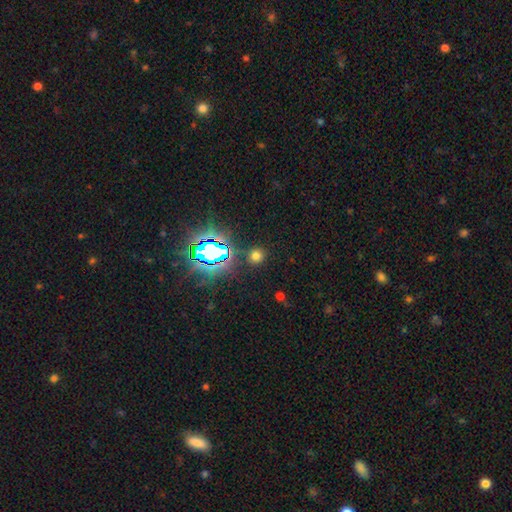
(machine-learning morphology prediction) A smooth galaxy with no disk features (61%) that is round (90%).

Vote fractions:
- Smooth or featured? smooth: 61% / star or artifact: 32% / featured or disk: 6%
- How rounded? round: 90% / in between: 8% / cigar-shaped: 1%
- Merging? none: 88% / minor disturbance: 6% / major disturbance: 3% / merger: 3%